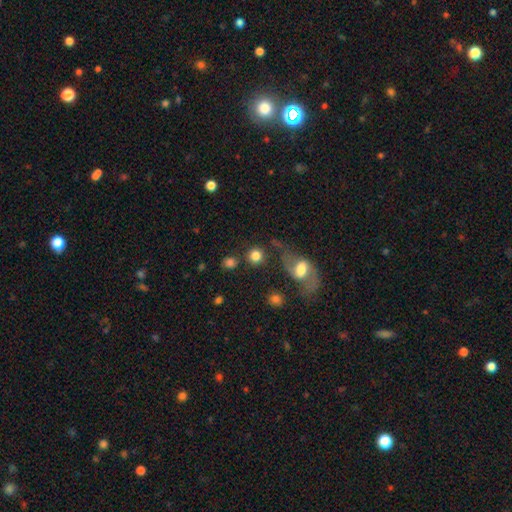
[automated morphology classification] This appears to be a smooth galaxy with no disk features (81%) that is round (90%). Merging: none (72%).